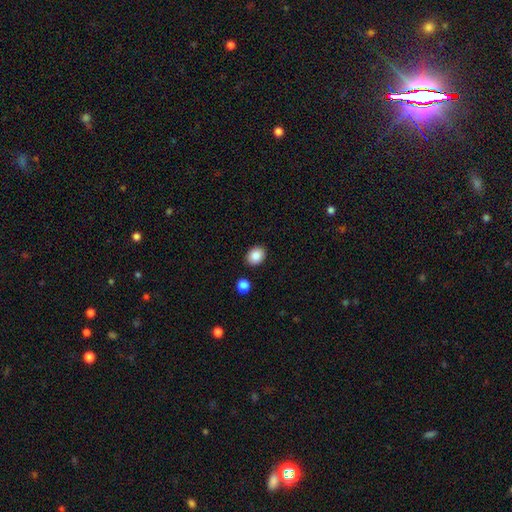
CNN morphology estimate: smooth 87%, star or artifact 8%, featured or disk 5%. Down the decision tree: how rounded — in between (57%); merging — none (88%).